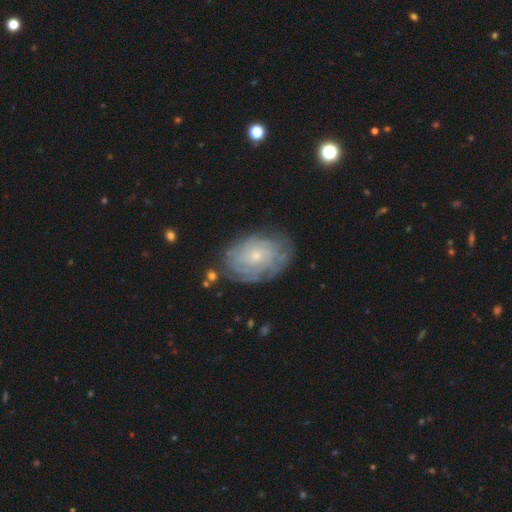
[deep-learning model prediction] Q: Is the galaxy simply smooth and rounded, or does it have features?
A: featured or disk — 77%.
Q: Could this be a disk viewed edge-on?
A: no — 96%.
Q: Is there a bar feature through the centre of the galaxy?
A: no — 77%.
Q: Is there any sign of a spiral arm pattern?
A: yes — 91%.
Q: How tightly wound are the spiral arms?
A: tight — 77%.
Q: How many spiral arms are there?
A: can't tell — 50%.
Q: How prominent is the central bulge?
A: small — 74%.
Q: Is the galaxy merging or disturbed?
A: none — 74%.